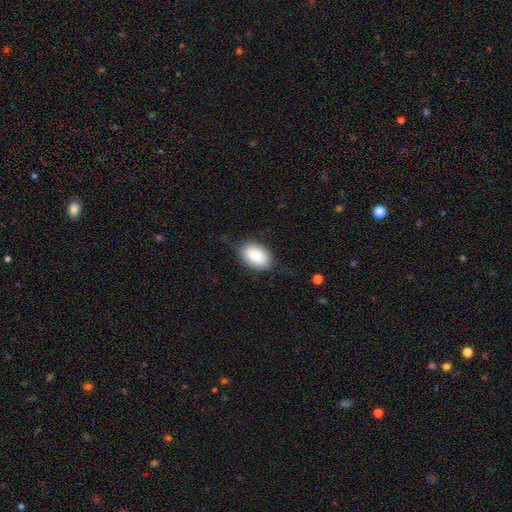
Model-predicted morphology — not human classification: A smooth galaxy with no disk features (88%) that is in between round and cigar-shaped (92%).

Vote fractions:
- Smooth or featured? smooth: 88% / featured or disk: 6% / star or artifact: 6%
- How rounded? in between: 92% / round: 6% / cigar-shaped: 1%
- Merging? none: 73% / minor disturbance: 20% / major disturbance: 6% / merger: 1%